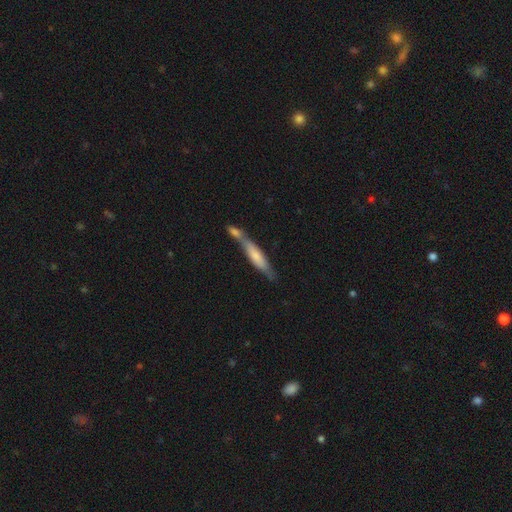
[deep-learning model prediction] This is possibly a smooth galaxy (59%). How rounded: clearly cigar-shaped (84%). Merging: possibly merger (49%).